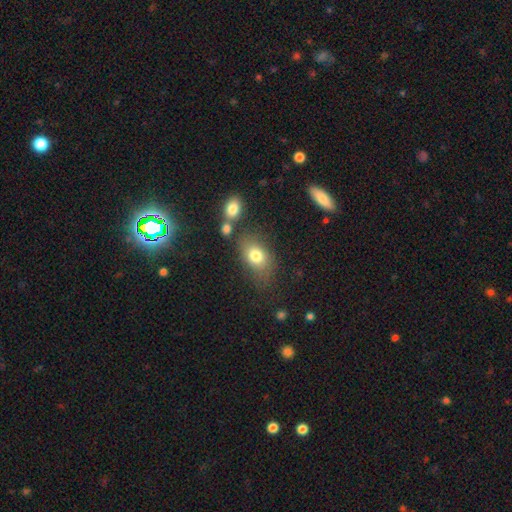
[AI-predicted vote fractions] smooth_or_featured: smooth (p=0.78) [alt: featured or disk p=0.12]
how_rounded: in between (p=0.76) [alt: round p=0.22]
merging: none (p=0.63) [alt: minor disturbance p=0.18]